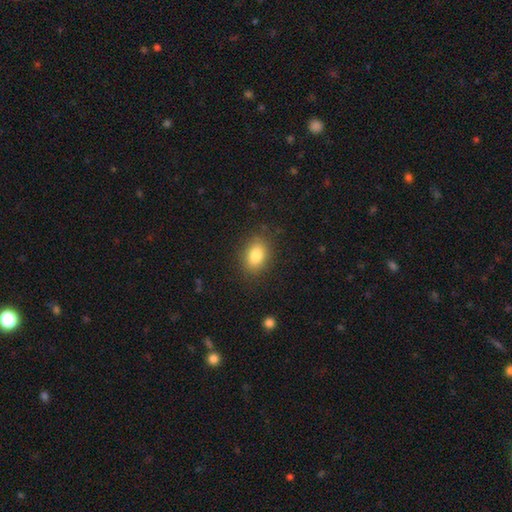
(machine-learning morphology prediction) smooth_or_featured: smooth (p=0.83) [alt: star or artifact p=0.09]
how_rounded: in between (p=0.77) [alt: round p=0.22]
merging: none (p=0.85) [alt: minor disturbance p=0.10]